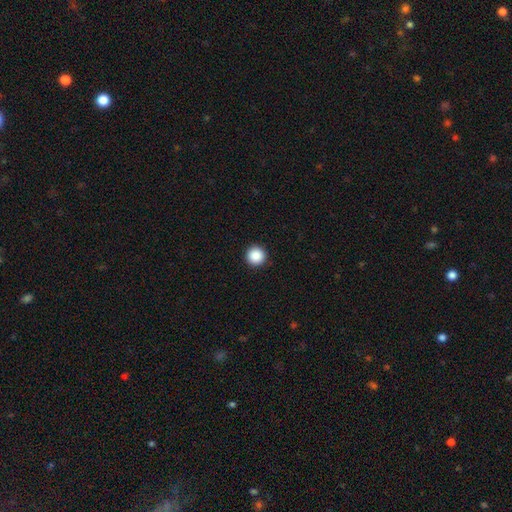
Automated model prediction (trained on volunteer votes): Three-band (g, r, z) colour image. It shows a smooth galaxy with no disk features (88%) that is round (97%). Merging: none (94%).